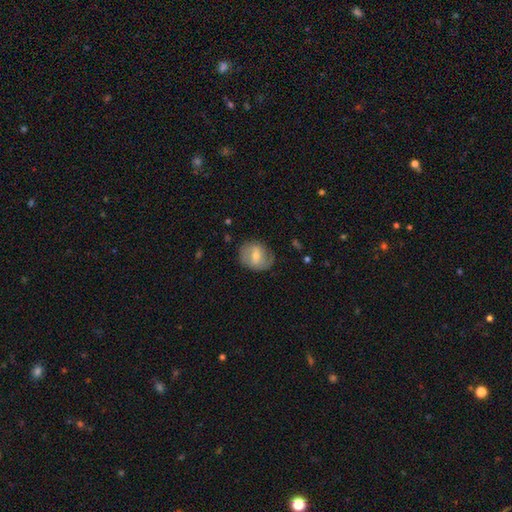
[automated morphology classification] A smooth galaxy with no disk features (47%).

Vote fractions:
- Smooth or featured? smooth: 47% / featured or disk: 46% / star or artifact: 7%
- Merging? none: 74% / minor disturbance: 18% / major disturbance: 6% / merger: 1%